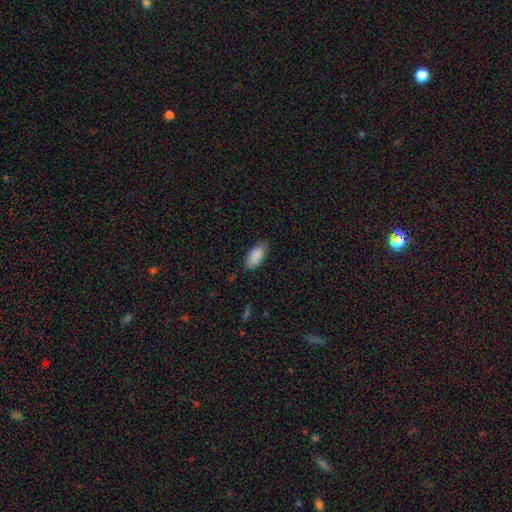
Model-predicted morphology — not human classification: The model was most divided on "merging": none: 78%, minor disturbance: 18%, major disturbance: 3%, merger: 1%. More confident: how rounded — in between (90%); smooth or featured — smooth (89%).